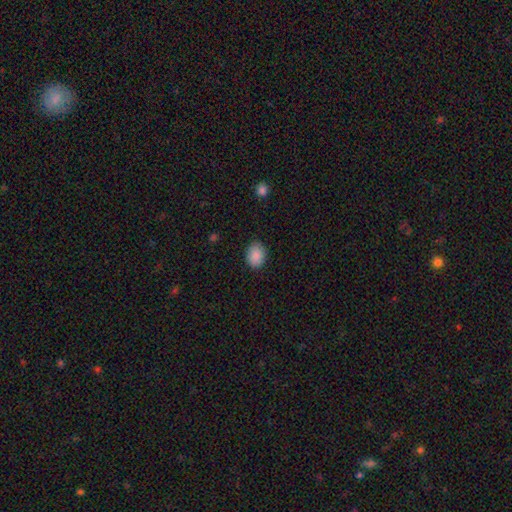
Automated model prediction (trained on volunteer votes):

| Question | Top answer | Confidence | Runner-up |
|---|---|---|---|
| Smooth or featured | smooth | 89% | star or artifact (8%) |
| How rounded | in between | 64% | round (35%) |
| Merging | none | 86% | minor disturbance (11%) |